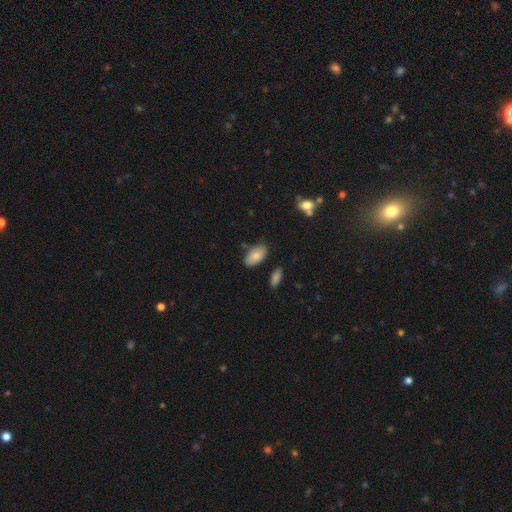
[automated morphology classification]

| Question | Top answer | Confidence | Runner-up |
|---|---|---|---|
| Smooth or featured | smooth | 84% | featured or disk (9%) |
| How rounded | in between | 94% | round (3%) |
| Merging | none | 81% | minor disturbance (13%) |